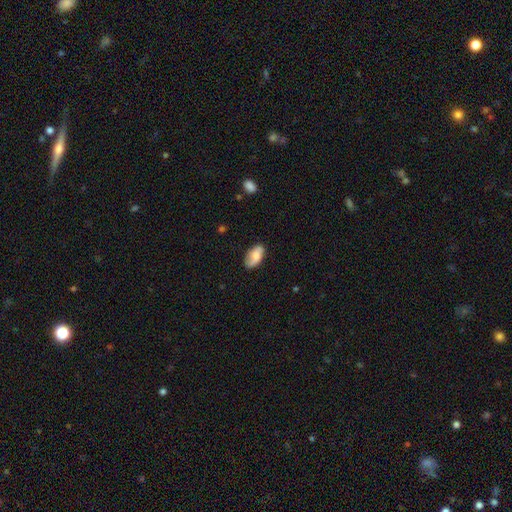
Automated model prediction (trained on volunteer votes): Smooth or featured: smooth — 64% (featured or disk — 28%)
How rounded: in between — 93% (round — 4%)
Merging: none — 70% (minor disturbance — 22%)